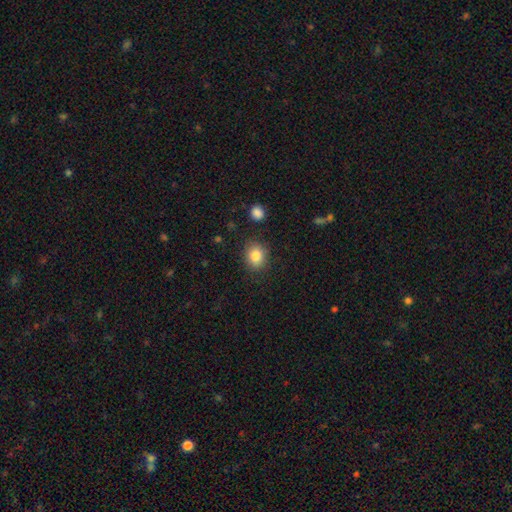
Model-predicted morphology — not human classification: Smooth or featured? smooth (84%)
How rounded? round (62%)
Merging? none (85%)